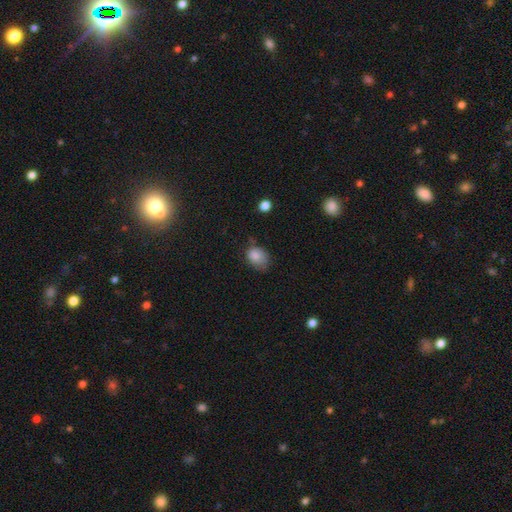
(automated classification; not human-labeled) Smooth or featured: smooth — 82% (star or artifact — 9%)
How rounded: in between — 63% (round — 36%)
Merging: none — 42% (minor disturbance — 40%)